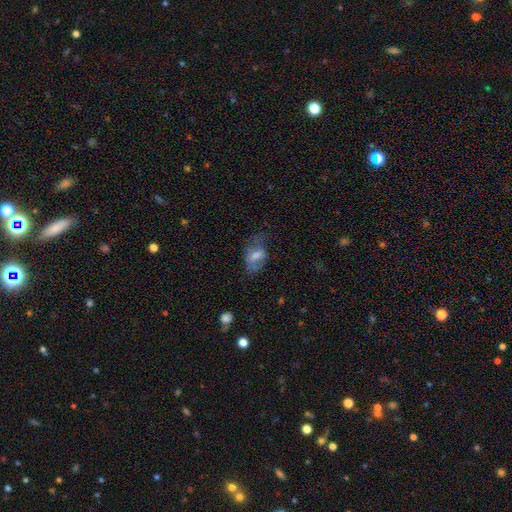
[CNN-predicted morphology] smooth-or-featured: smooth: 54% | featured or disk: 35% | star or artifact: 10%
  how-rounded: in between: 84% | round: 12% | cigar-shaped: 4%
  merging: none: 41% | major disturbance: 28% | minor disturbance: 27% | merger: 3%